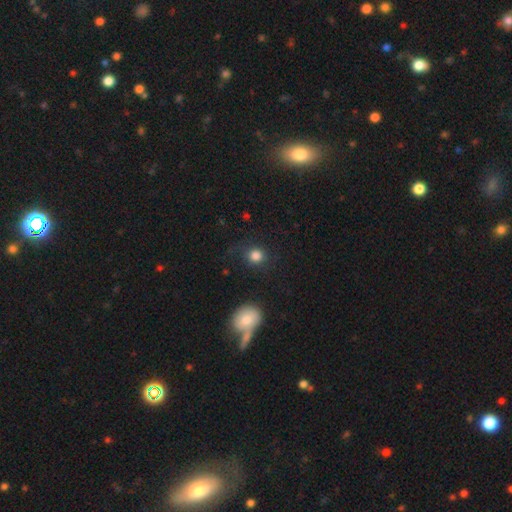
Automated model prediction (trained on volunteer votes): The model was most divided on "merging": none: 78%, minor disturbance: 12%, major disturbance: 7%, merger: 2%. More confident: smooth or featured — smooth (83%); how rounded — round (83%).